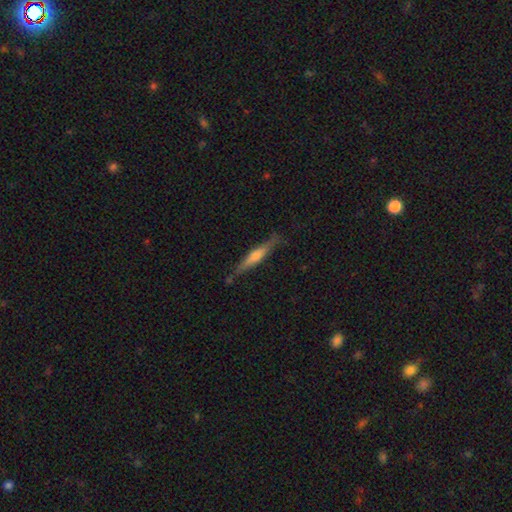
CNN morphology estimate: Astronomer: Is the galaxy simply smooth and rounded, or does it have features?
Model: featured or disk — 55% (runner-up: smooth, 40%).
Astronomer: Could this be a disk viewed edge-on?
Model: yes — 95%.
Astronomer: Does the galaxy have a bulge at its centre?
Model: rounded — 69%.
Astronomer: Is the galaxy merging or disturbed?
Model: none — 81%.